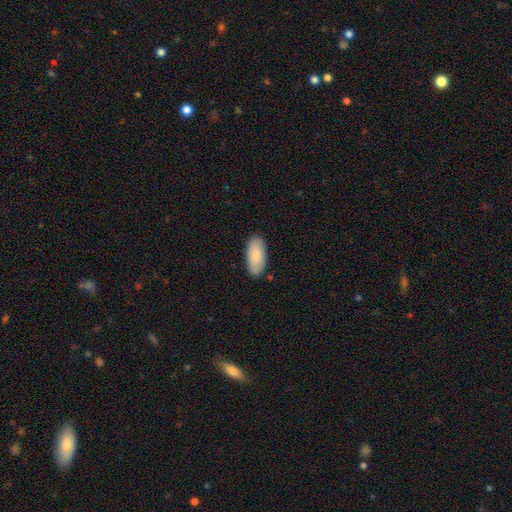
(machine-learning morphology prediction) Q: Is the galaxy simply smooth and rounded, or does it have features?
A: smooth — 84%.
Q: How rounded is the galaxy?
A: in between — 92%.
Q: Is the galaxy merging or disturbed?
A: none — 87%.